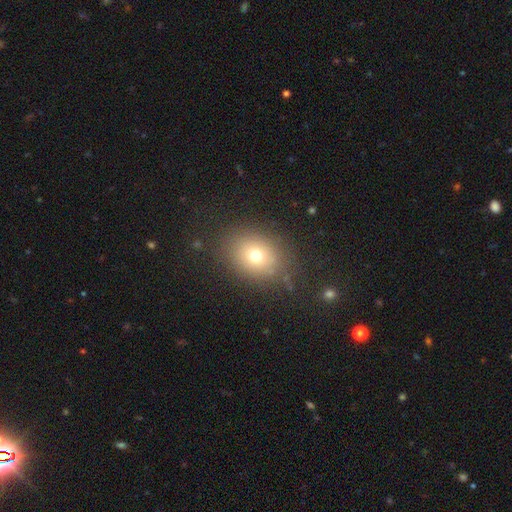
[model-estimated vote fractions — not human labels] A smooth galaxy with no disk features (72%) that is round (58%). Merging: none (82%).